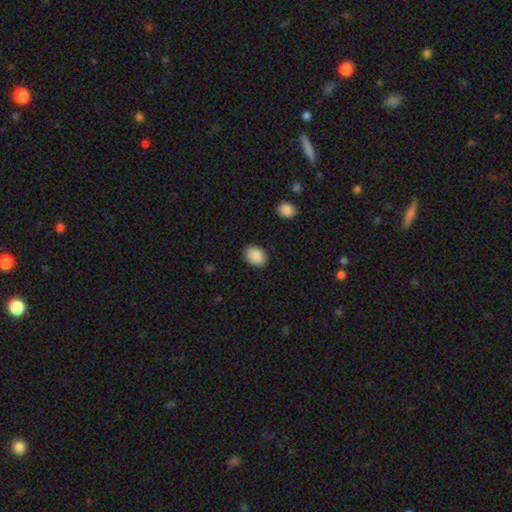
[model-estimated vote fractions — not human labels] A smooth galaxy with no disk features (90%) that is in between round and cigar-shaped (71%).

Vote fractions:
- Smooth or featured? smooth: 90% / star or artifact: 7% / featured or disk: 3%
- How rounded? in between: 71% / round: 29% / cigar-shaped: 1%
- Merging? none: 87% / minor disturbance: 9% / major disturbance: 2% / merger: 1%